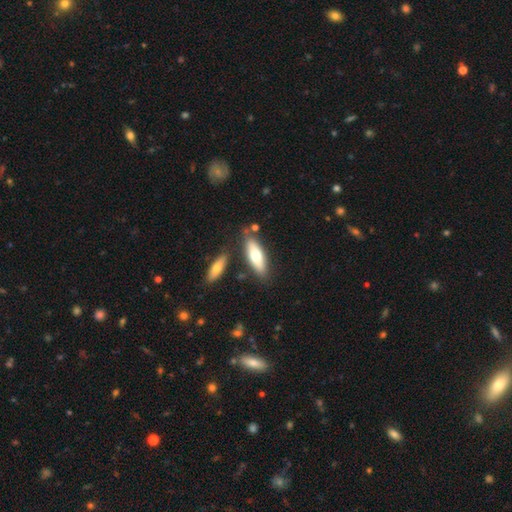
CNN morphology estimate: Overall: smooth (65%; featured or disk 29%). How rounded: in between (53%; cigar-shaped 45%). Merging: none (75%).